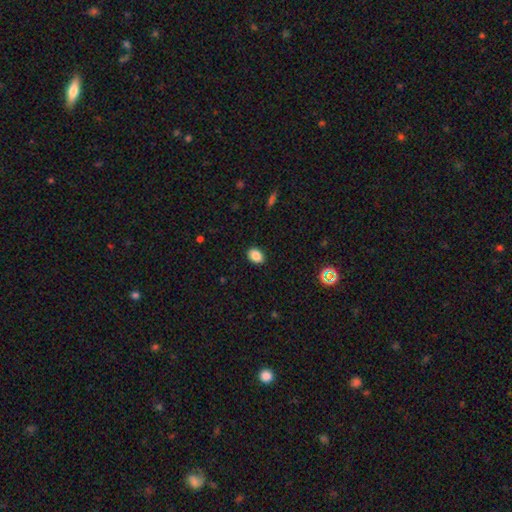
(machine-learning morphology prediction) Smooth or featured? Predicted: smooth (p=0.85). How rounded? Predicted: in between (p=0.75). Merging? Predicted: none (p=0.89).